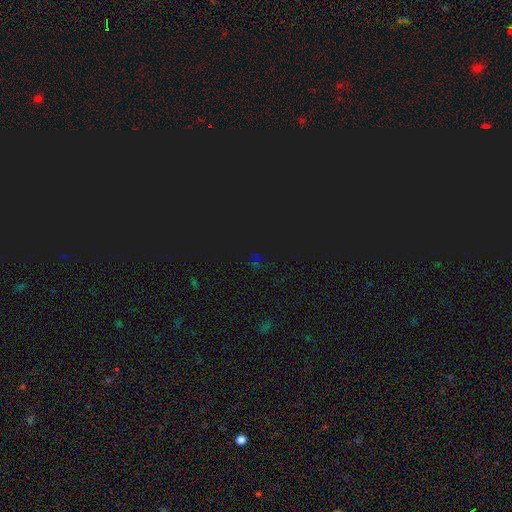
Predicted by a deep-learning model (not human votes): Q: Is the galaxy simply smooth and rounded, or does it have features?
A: star or artifact — 75%.